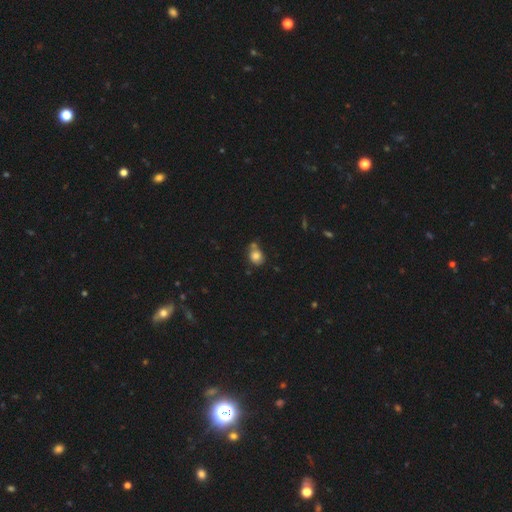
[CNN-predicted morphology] Smooth or featured? smooth (81%)
How rounded? round (67%)
Merging? none (56%)